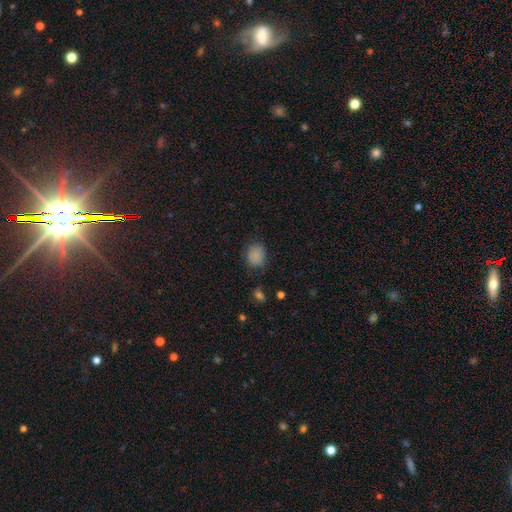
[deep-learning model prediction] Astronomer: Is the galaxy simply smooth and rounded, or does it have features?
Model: smooth — 84%.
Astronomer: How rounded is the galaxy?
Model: round — 60% (runner-up: in between, 39%).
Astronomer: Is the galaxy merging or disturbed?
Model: none — 75%.